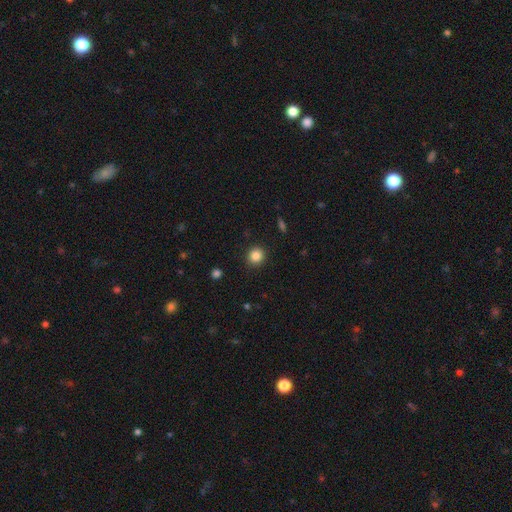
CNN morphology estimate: This is clearly a smooth galaxy (85%). How rounded: clearly round (87%). Merging: clearly none (91%).